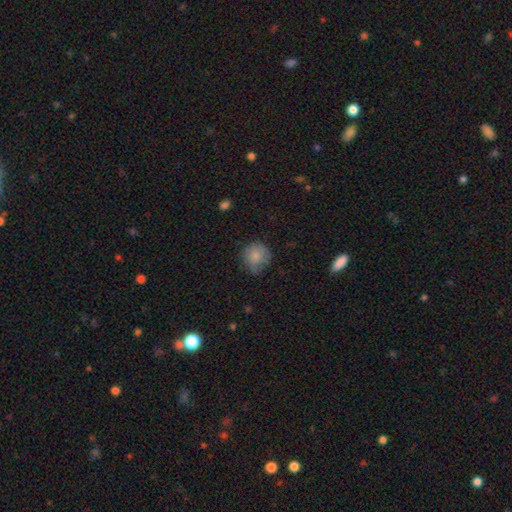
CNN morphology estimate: Smooth or featured?
  - smooth: 80% *
  - featured or disk: 12%
  - star or artifact: 8%
How rounded?
  - round: 85% *
  - in between: 15%
  - cigar-shaped: 1%
Merging?
  - none: 61% *
  - minor disturbance: 30%
  - major disturbance: 8%
  - merger: 1%